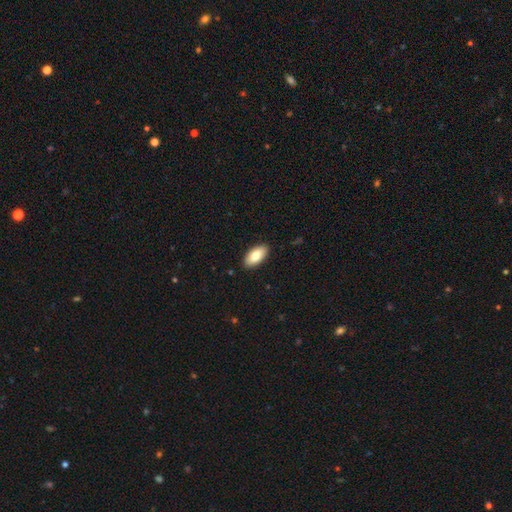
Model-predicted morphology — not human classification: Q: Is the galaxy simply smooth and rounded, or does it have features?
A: smooth — 83%.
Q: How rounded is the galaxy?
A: in between — 92%.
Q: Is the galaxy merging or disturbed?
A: none — 89%.